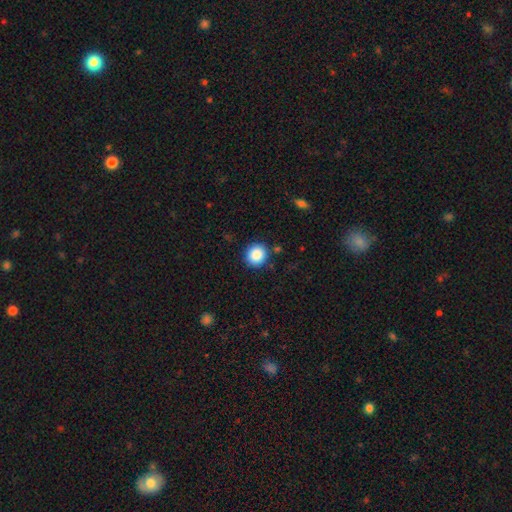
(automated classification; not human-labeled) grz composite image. It shows a smooth galaxy with no disk features (87%) that is round (91%). Merging: none (88%).